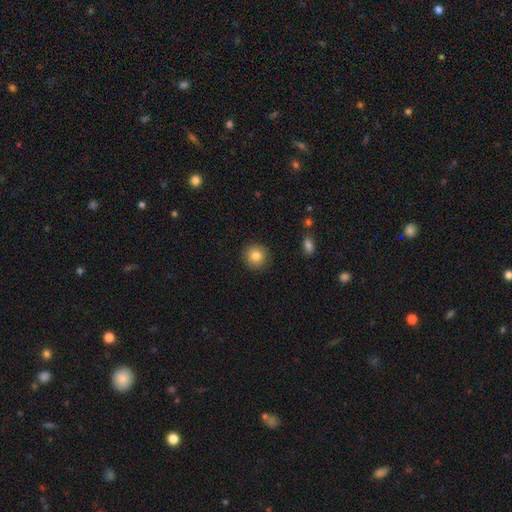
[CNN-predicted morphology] Smooth or featured? Predicted: smooth (p=0.83). How rounded? Predicted: round (p=0.93). Merging? Predicted: none (p=0.90).